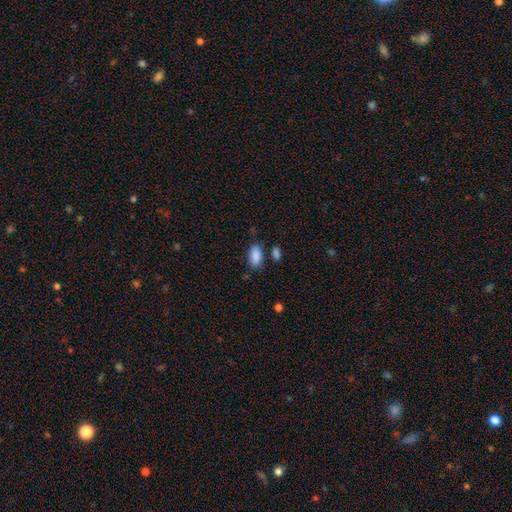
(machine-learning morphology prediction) Smooth or featured? Predicted: smooth (p=0.88). How rounded? Predicted: in between (p=0.91). Merging? Predicted: none (p=0.74).